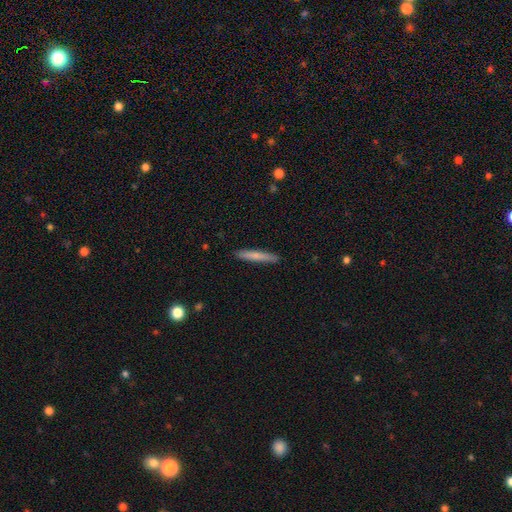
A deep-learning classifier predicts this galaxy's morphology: Q: Smooth or featured?
A: smooth (72%); runner-up: featured or disk (22%)
Q: How rounded?
A: cigar-shaped (95%); runner-up: in between (4%)
Q: Merging?
A: none (89%); runner-up: minor disturbance (8%)